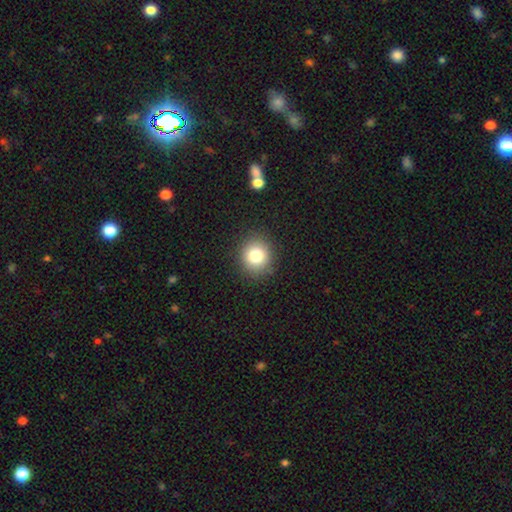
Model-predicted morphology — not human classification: smooth 81%, star or artifact 11%, featured or disk 8%. Down the decision tree: how rounded — round (86%); merging — none (89%).